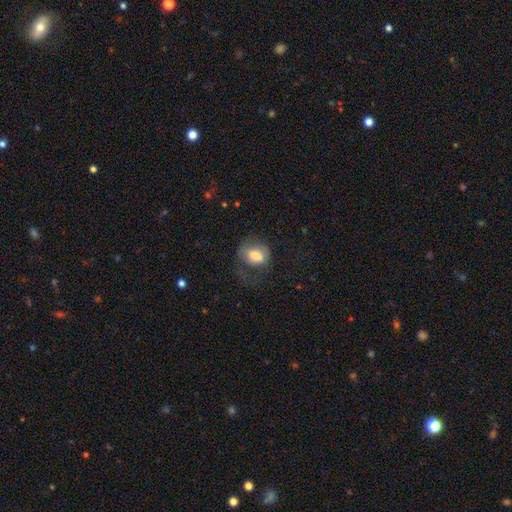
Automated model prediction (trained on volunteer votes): Q: Smooth or featured?
A: smooth (73%); runner-up: featured or disk (18%)
Q: How rounded?
A: in between (61%); runner-up: round (37%)
Q: Merging?
A: major disturbance (41%); runner-up: none (33%)